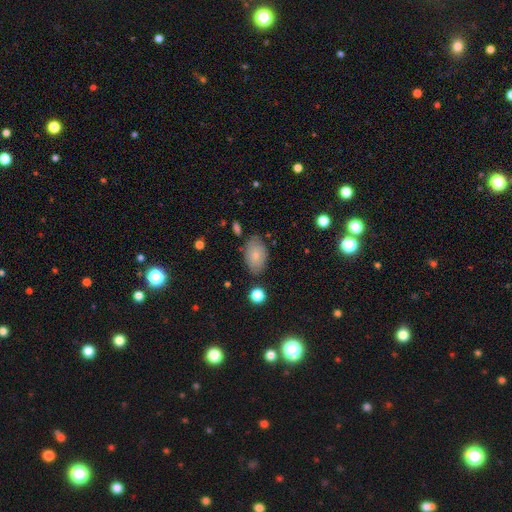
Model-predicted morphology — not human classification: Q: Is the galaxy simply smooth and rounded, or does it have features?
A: smooth — 74%.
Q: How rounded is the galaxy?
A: in between — 90%.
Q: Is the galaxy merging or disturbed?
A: none — 75%.